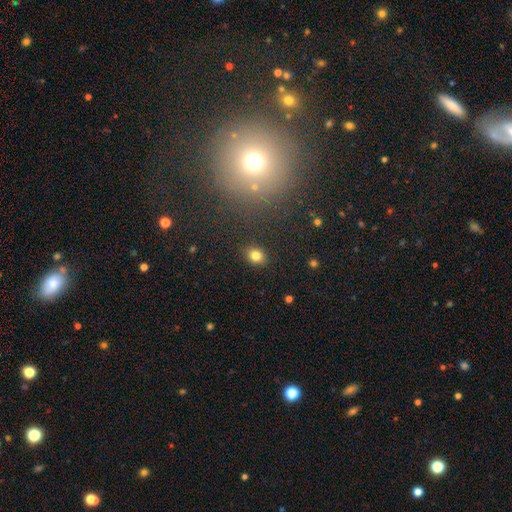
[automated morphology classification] Smooth or featured? Predicted: smooth (p=0.81). How rounded? Predicted: round (p=0.52). Merging? Predicted: none (p=0.87).